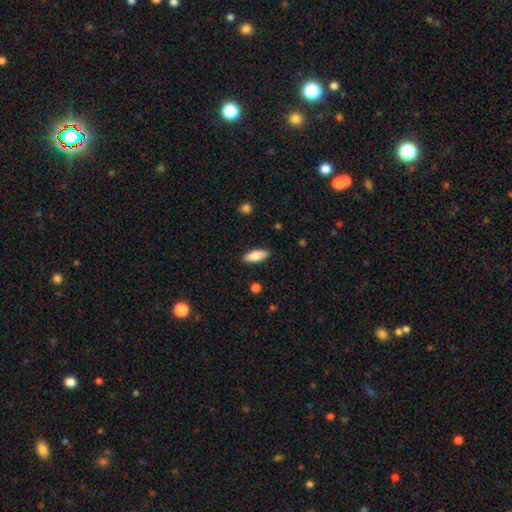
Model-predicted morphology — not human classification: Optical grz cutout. It shows a smooth galaxy with no disk features (81%) that is in between round and cigar-shaped (71%). Merging: none (87%).